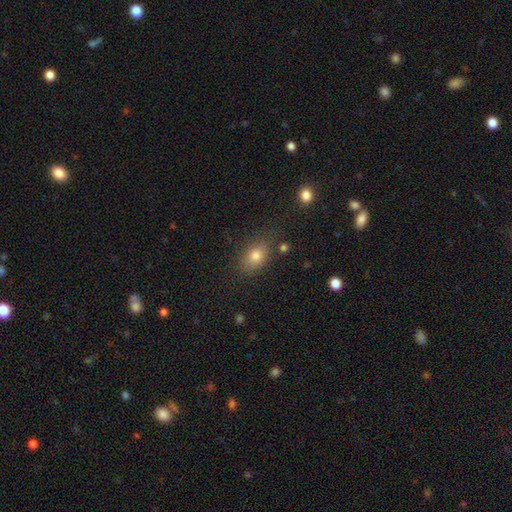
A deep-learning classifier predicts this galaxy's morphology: Overall: smooth (78%). How rounded: in between (76%). Merging: none (75%).